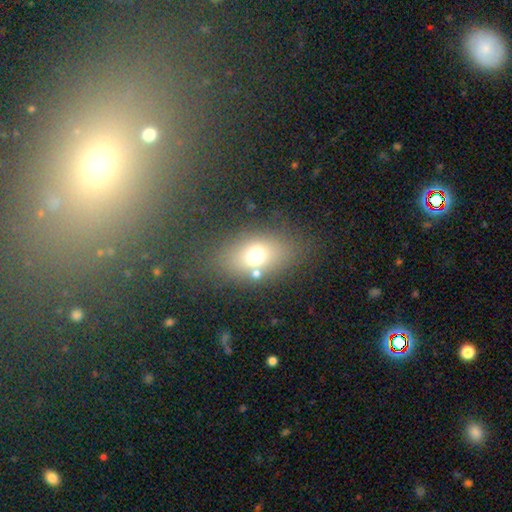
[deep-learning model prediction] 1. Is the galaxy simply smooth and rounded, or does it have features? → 66% smooth, 17% star or artifact, 17% featured or disk.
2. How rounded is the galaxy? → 68% in between, 29% round, 3% cigar-shaped.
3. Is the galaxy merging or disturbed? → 65% none, 14% minor disturbance, 11% merger, 11% major disturbance.